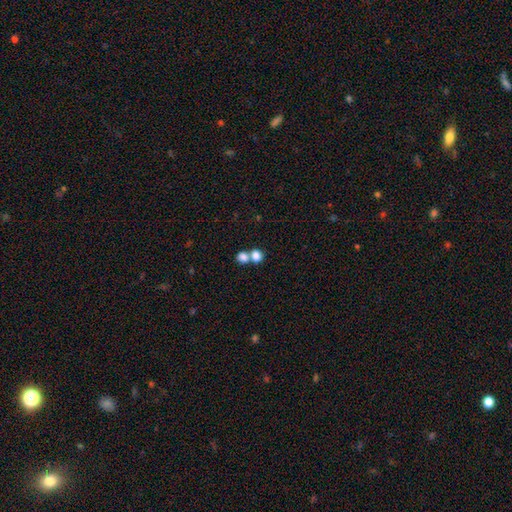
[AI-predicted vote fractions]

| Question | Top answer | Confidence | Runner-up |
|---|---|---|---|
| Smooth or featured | smooth | 81% | star or artifact (10%) |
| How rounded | round | 63% | in between (35%) |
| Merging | merger | 56% | none (34%) |